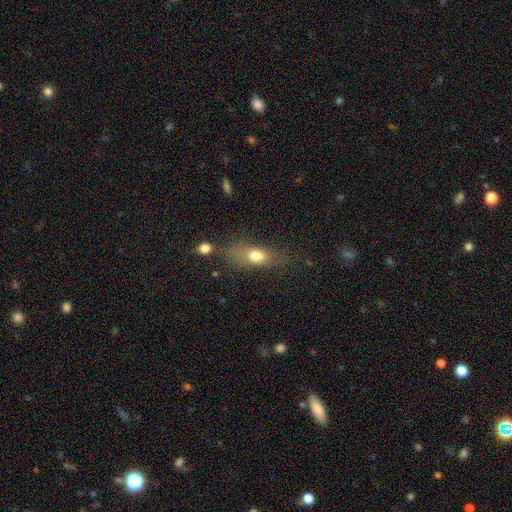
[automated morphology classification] Smooth or featured? Predicted: smooth (p=0.73). How rounded? Predicted: in between (p=0.68). Merging? Predicted: none (p=0.49).